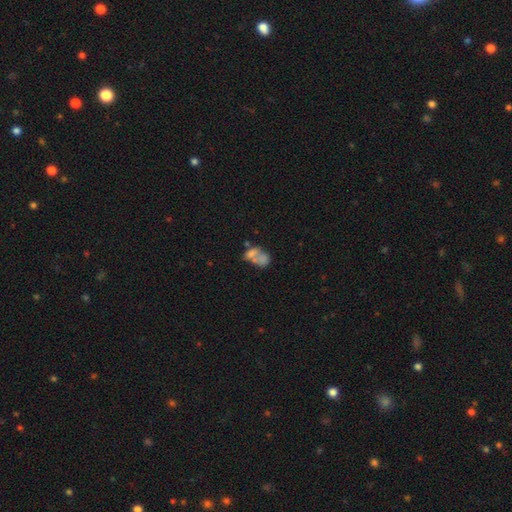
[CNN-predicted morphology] smooth 56%, featured or disk 31%, star or artifact 12%. Down the decision tree: how rounded — in between (75%); merging — merger (58%).